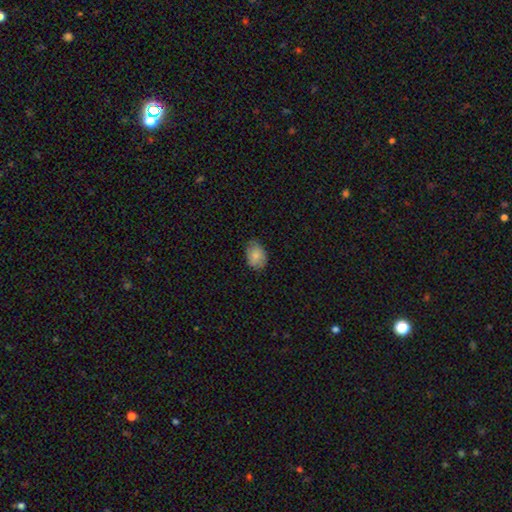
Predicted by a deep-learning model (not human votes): A smooth galaxy with no disk features (82%) that is in between round and cigar-shaped (77%).

Vote fractions:
- Smooth or featured? smooth: 82% / featured or disk: 11% / star or artifact: 7%
- How rounded? in between: 77% / round: 22% / cigar-shaped: 1%
- Merging? none: 73% / minor disturbance: 22% / major disturbance: 4% / merger: 1%